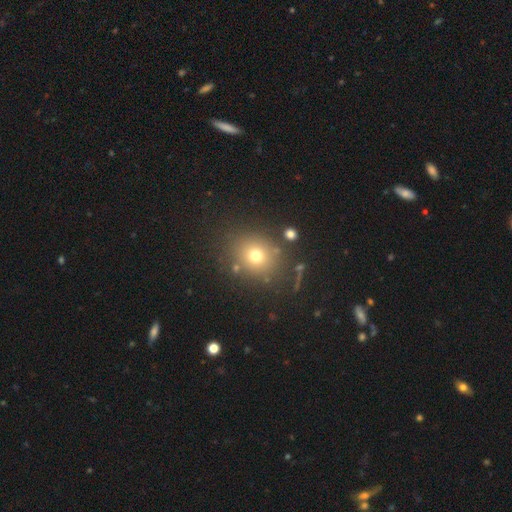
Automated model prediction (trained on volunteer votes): This is likely a smooth galaxy (71%). How rounded: likely round (78%). Merging: clearly none (81%).